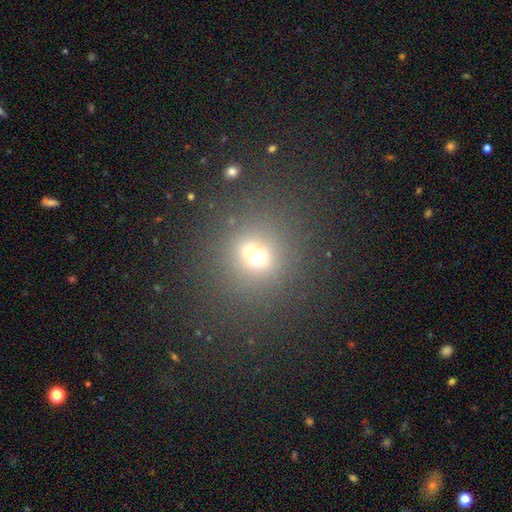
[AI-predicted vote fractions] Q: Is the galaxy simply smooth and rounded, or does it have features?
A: smooth — 62%.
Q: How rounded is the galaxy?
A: round — 82%.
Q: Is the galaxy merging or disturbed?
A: none — 77%.